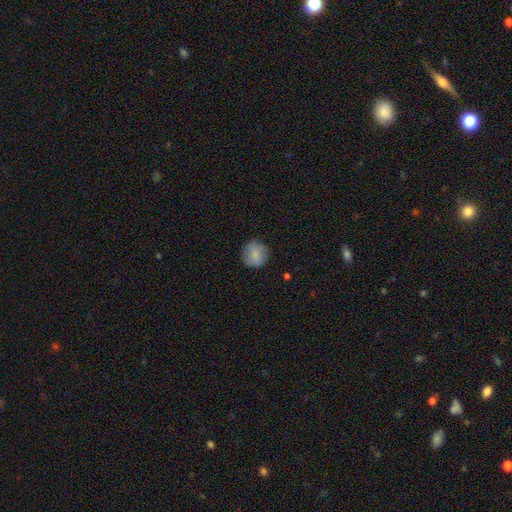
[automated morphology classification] Smooth or featured: smooth — 84% (featured or disk — 8%)
How rounded: round — 90% (in between — 9%)
Merging: none — 83% (minor disturbance — 13%)